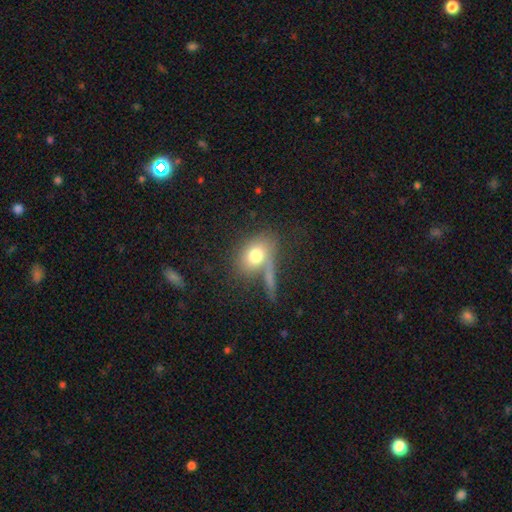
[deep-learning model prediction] This appears to be a smooth galaxy with no disk features (74%) that is in between round and cigar-shaped (60%). Merging: none (51%).